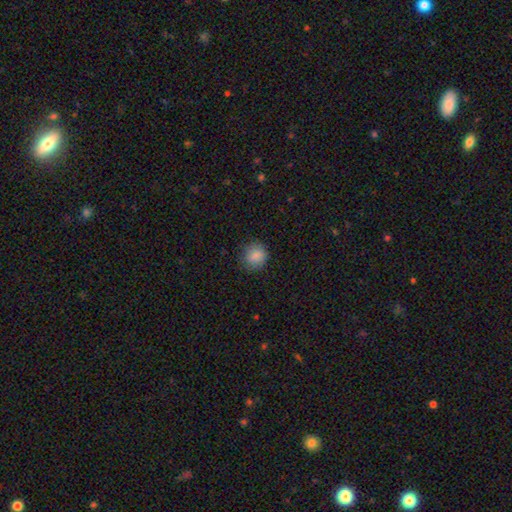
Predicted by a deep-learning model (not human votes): smooth-or-featured: smooth: 86% | star or artifact: 9% | featured or disk: 5%
  how-rounded: round: 82% | in between: 17% | cigar-shaped: 1%
  merging: none: 82% | minor disturbance: 13% | major disturbance: 3% | merger: 1%